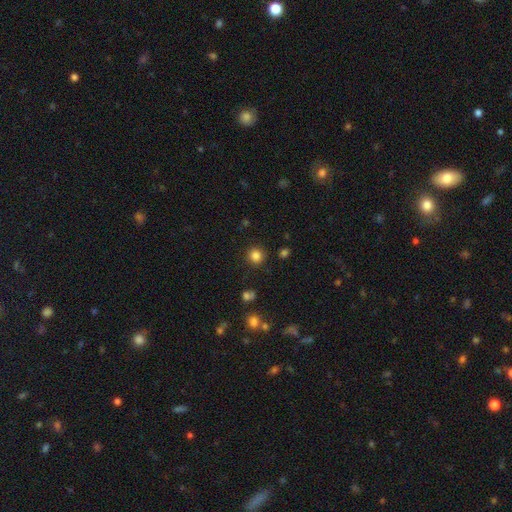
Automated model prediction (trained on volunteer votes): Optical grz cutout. It shows a smooth galaxy with no disk features (83%) that is round (92%). Merging: none (90%).